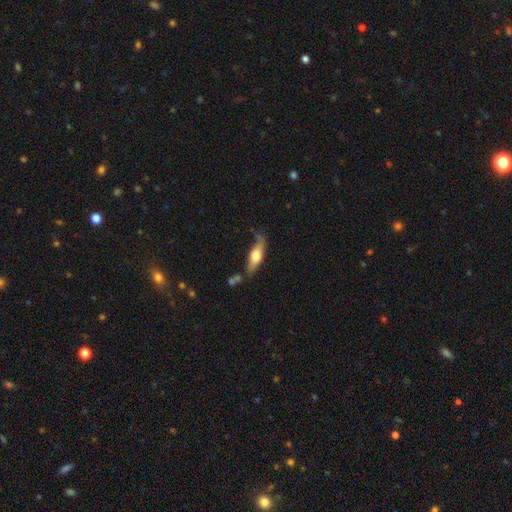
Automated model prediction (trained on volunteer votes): smooth_or_featured: smooth (p=0.52) [alt: featured or disk p=0.42]
how_rounded: cigar-shaped (p=0.49) [alt: in between p=0.48]
merging: none (p=0.59) [alt: minor disturbance p=0.25]